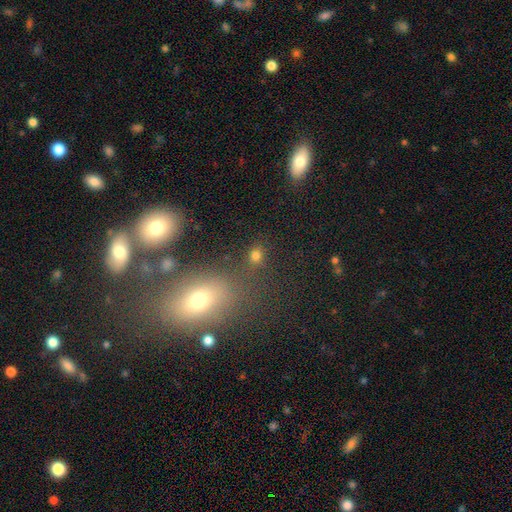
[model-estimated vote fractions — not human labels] Q: Smooth or featured?
A: smooth (76%); runner-up: star or artifact (18%)
Q: How rounded?
A: round (64%); runner-up: in between (34%)
Q: Merging?
A: none (74%); runner-up: merger (11%)